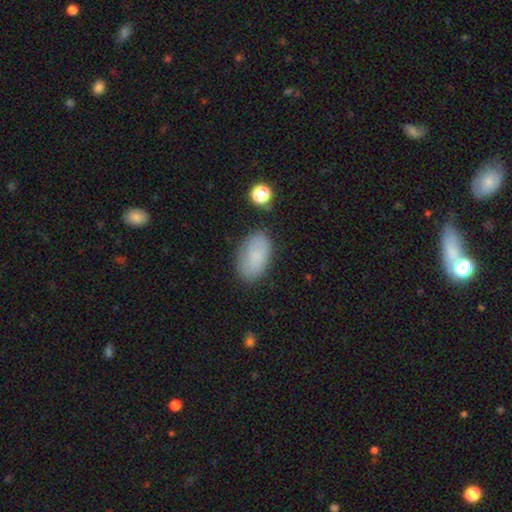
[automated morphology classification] smooth 84%, star or artifact 8%, featured or disk 7%. Down the decision tree: how rounded — in between (93%); merging — none (79%).